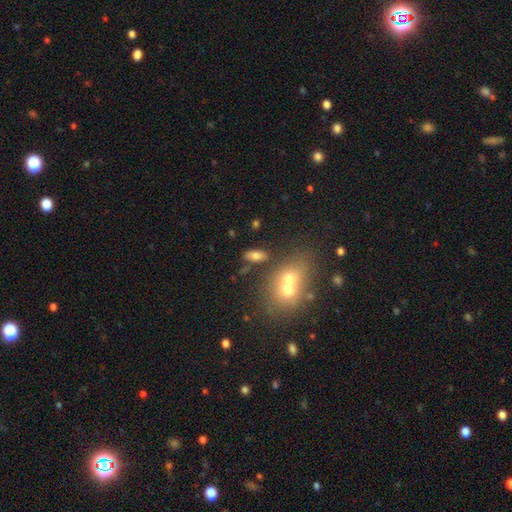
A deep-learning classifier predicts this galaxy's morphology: smooth_or_featured: smooth (p=0.71) [alt: featured or disk p=0.17]
how_rounded: in between (p=0.84) [alt: cigar-shaped p=0.08]
merging: none (p=0.63) [alt: merger p=0.21]